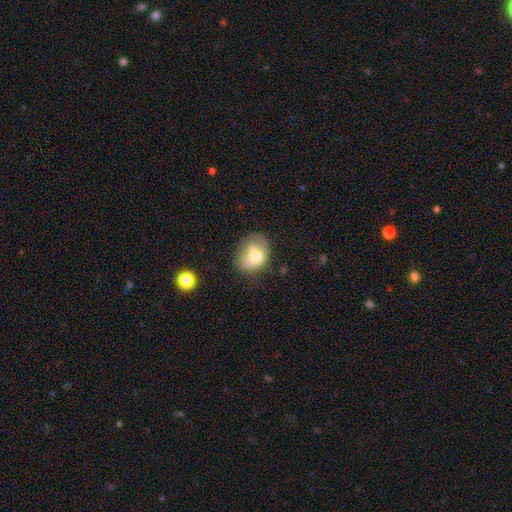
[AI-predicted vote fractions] This is likely a smooth galaxy (66%). How rounded: possibly in between (57%). Merging: marginally none (38%).